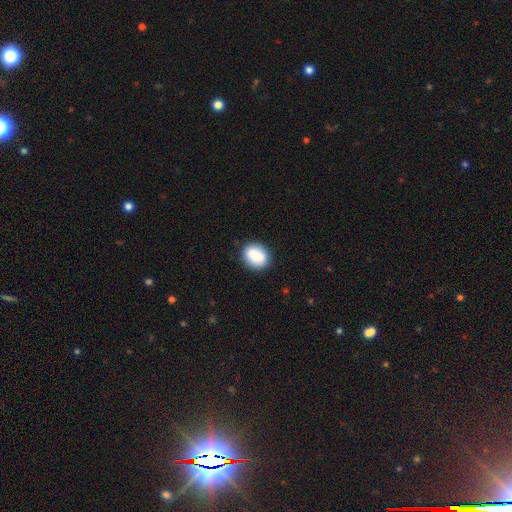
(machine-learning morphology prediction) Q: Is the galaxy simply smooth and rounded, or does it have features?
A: smooth — 83%.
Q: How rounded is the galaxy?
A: round — 56%.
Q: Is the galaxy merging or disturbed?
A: none — 71%.